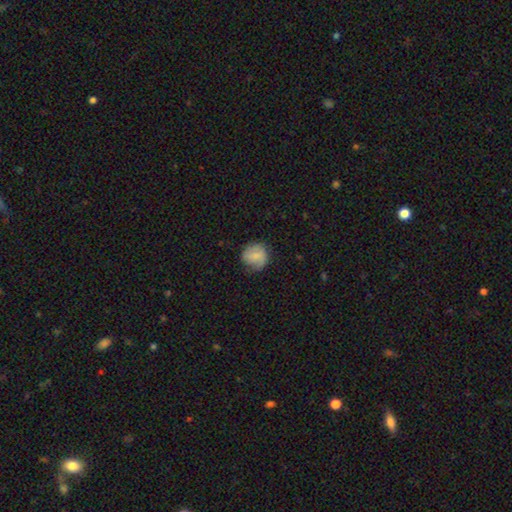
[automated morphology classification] Smooth or featured: smooth — 75% (featured or disk — 18%)
How rounded: round — 86% (in between — 13%)
Merging: none — 68% (minor disturbance — 24%)